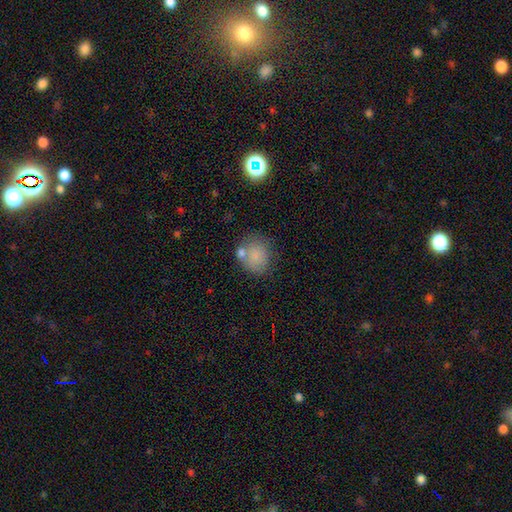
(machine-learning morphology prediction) Q: Smooth or featured?
A: smooth (78%); runner-up: star or artifact (11%)
Q: How rounded?
A: round (69%); runner-up: in between (30%)
Q: Merging?
A: none (60%); runner-up: minor disturbance (18%)